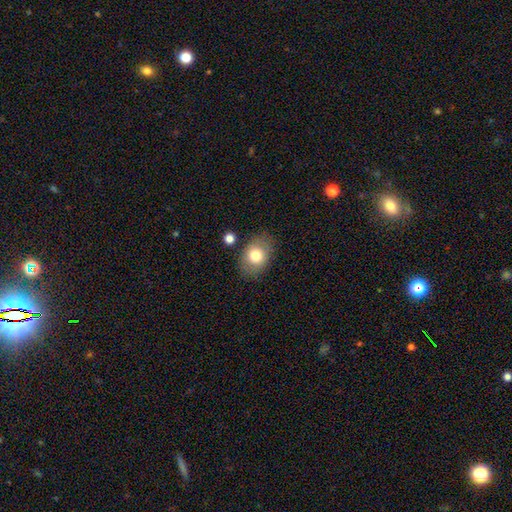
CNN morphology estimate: Smooth or featured: smooth — 77% (featured or disk — 15%)
How rounded: in between — 71% (round — 28%)
Merging: none — 80% (minor disturbance — 13%)